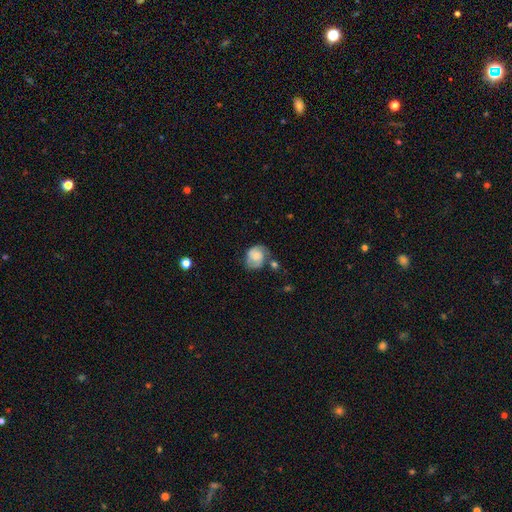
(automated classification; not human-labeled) smooth_or_featured: featured or disk (p=0.57) [alt: smooth p=0.35]
disk_edge_on: no (p=0.98) [alt: yes p=0.02]
bar: no (p=0.67) [alt: weak p=0.28]
has_spiral_arms: yes (p=0.87) [alt: no p=0.13]
bulge_size: moderate (p=0.35) [alt: small p=0.33]
merging: none (p=0.55) [alt: minor disturbance p=0.25]